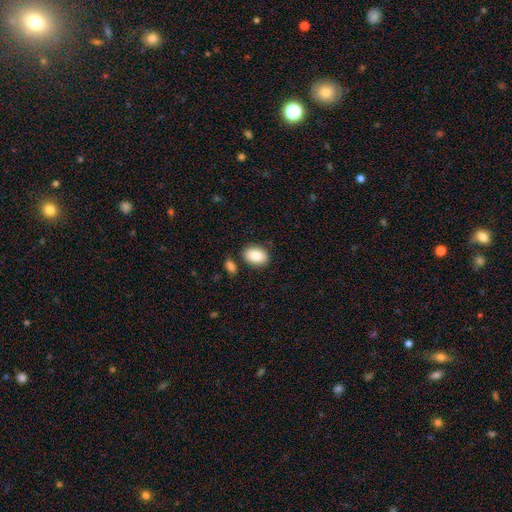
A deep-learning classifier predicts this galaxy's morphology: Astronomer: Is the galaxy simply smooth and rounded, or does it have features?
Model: smooth — 85%.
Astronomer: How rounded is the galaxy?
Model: in between — 83%.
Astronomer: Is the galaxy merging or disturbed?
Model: none — 82%.